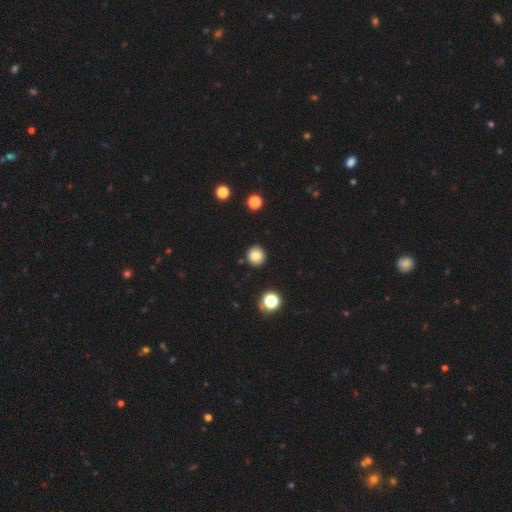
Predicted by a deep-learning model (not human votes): Smooth or featured? Predicted: smooth (p=0.83). How rounded? Predicted: round (p=0.92). Merging? Predicted: none (p=0.90).